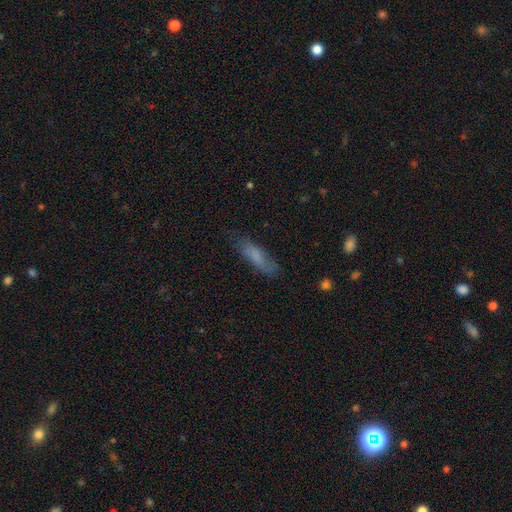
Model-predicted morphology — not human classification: type=smooth (73%); roundness=cigar-shaped (65%); merging=none (73%).